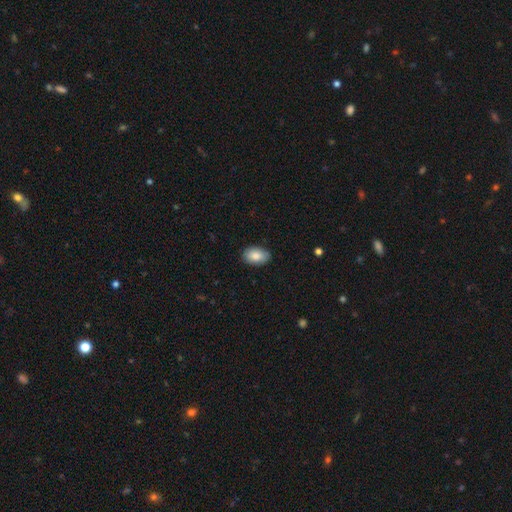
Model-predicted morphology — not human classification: Overall: smooth (85%). How rounded: in between (89%). Merging: none (83%).